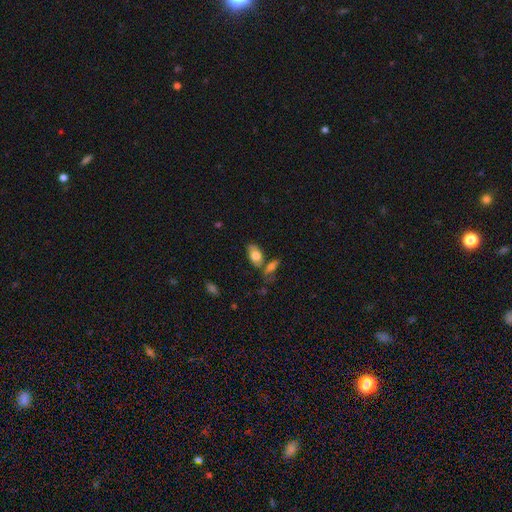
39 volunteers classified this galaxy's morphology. smooth 82%, featured or disk 10%, star or artifact 8%. Down the decision tree: how rounded — in between (91%); merging — none (61%).